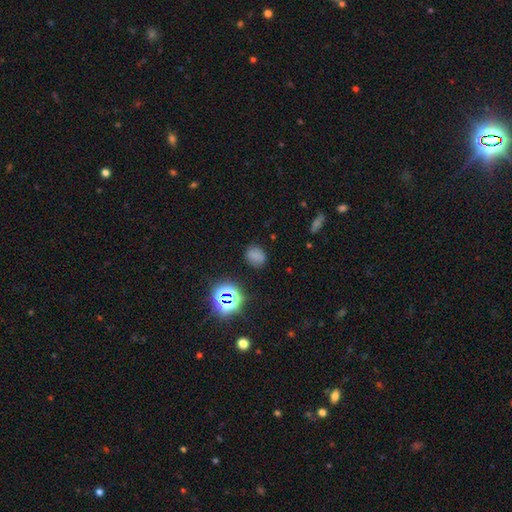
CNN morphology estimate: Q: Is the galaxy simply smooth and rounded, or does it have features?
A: smooth — 69%.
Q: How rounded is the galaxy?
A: round — 57%.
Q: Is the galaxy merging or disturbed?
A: none — 80%.